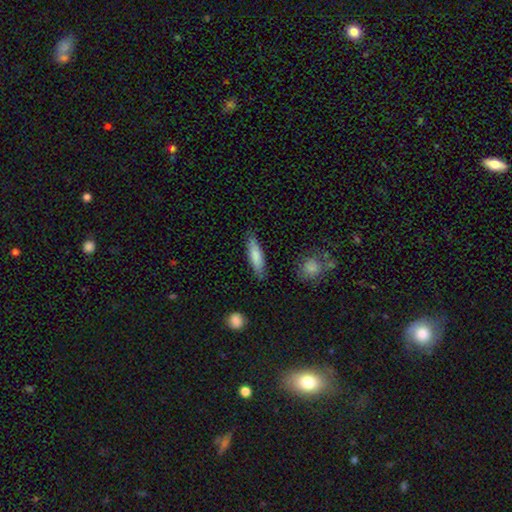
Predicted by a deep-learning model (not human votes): Smooth or featured? smooth (80%)
How rounded? cigar-shaped (67%)
Merging? none (83%)